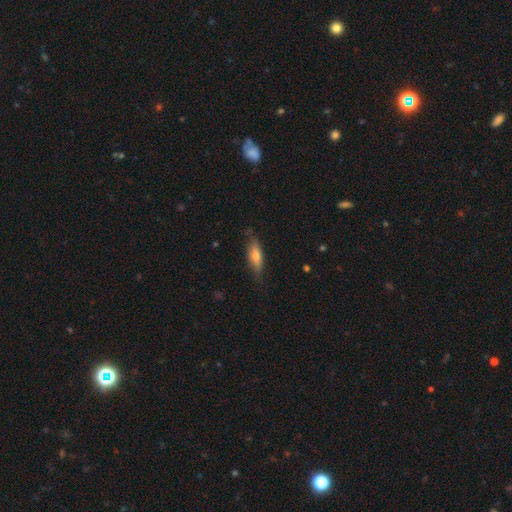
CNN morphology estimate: A smooth galaxy with no disk features (54%) that is cigar-shaped (60%). Merging: none (78%).